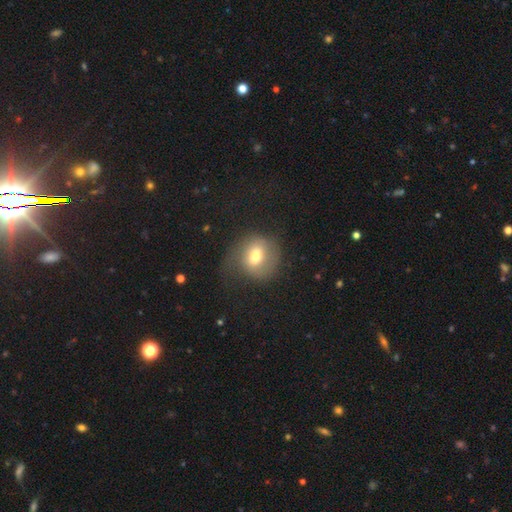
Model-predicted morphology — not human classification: type=smooth (61%); roundness=round (72%); merging=none (49%).